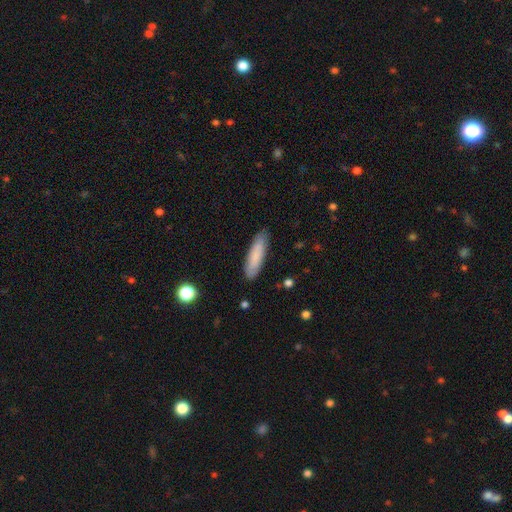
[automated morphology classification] Smooth or featured?
  - smooth: 83% *
  - featured or disk: 11%
  - star or artifact: 6%
How rounded?
  - cigar-shaped: 67% *
  - in between: 31%
  - round: 1%
Merging?
  - none: 87% *
  - minor disturbance: 10%
  - major disturbance: 2%
  - merger: 1%